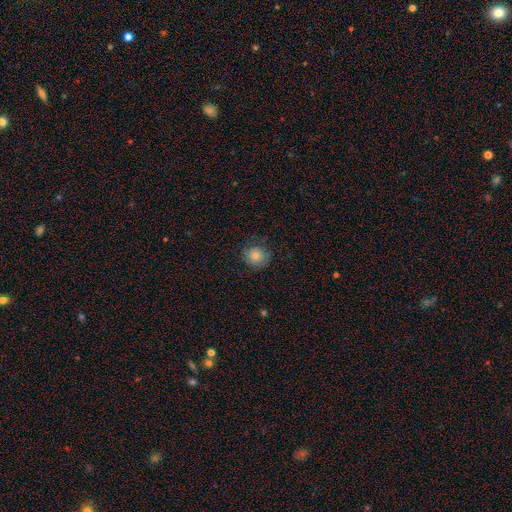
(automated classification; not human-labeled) A smooth galaxy with no disk features (79%) that is round (86%).

Vote fractions:
- Smooth or featured? smooth: 79% / featured or disk: 11% / star or artifact: 10%
- How rounded? round: 86% / in between: 13% / cigar-shaped: 1%
- Merging? none: 80% / minor disturbance: 15% / major disturbance: 4% / merger: 1%